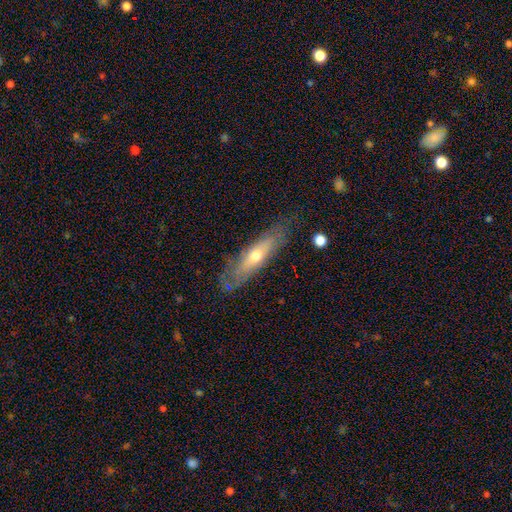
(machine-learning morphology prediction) Overall: featured or disk (52%; smooth 41%). Edge-on disk: yes (53%; no 47%). Merging: none (72%).